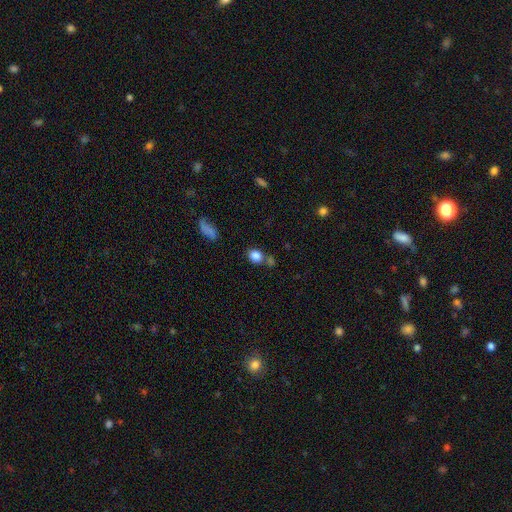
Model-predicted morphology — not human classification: Smooth or featured? smooth (84%)
How rounded? round (58%)
Merging? none (61%)